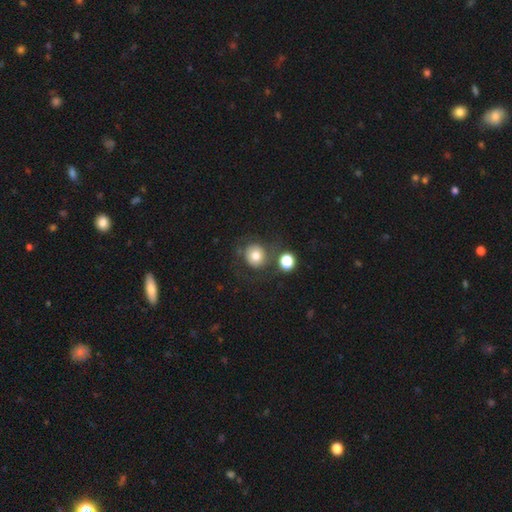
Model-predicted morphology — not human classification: The model was most divided on "merging": none: 62%, merger: 14%, minor disturbance: 13%, major disturbance: 11%. More confident: how rounded — round (87%); smooth or featured — smooth (72%).